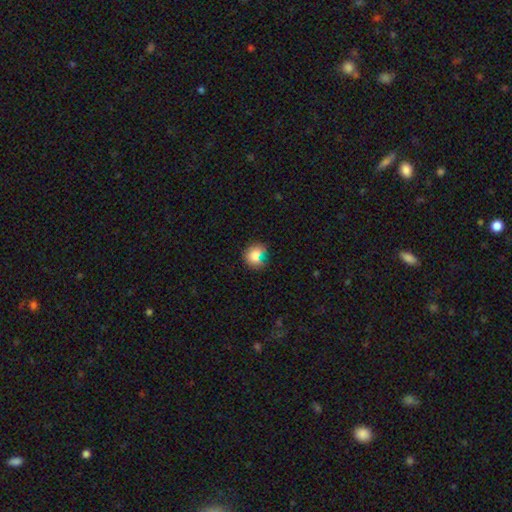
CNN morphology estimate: smooth-or-featured: smooth: 79% | star or artifact: 11% | featured or disk: 10%
  how-rounded: round: 78% | in between: 21% | cigar-shaped: 1%
  merging: none: 63% | minor disturbance: 23% | merger: 8% | major disturbance: 6%